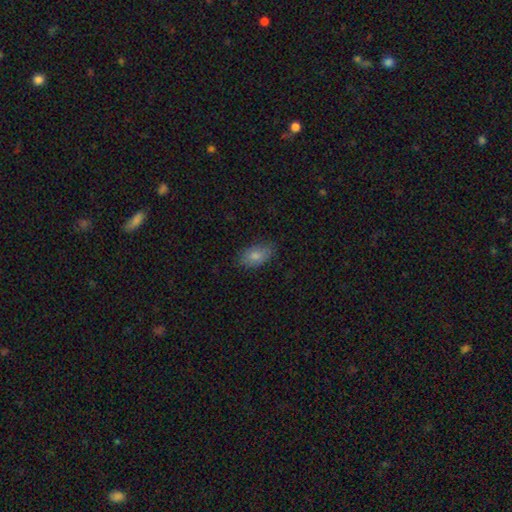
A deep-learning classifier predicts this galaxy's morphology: A smooth galaxy with no disk features (83%) that is in between round and cigar-shaped (92%).

Vote fractions:
- Smooth or featured? smooth: 83% / featured or disk: 10% / star or artifact: 8%
- How rounded? in between: 92% / round: 5% / cigar-shaped: 3%
- Merging? none: 79% / minor disturbance: 17% / major disturbance: 4% / merger: 1%